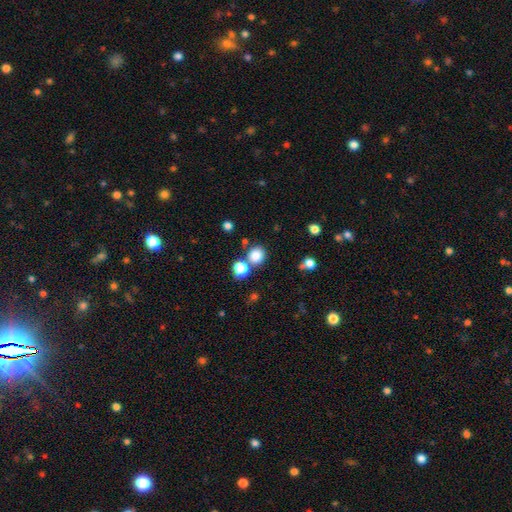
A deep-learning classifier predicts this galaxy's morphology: This is clearly a smooth galaxy (81%). How rounded: clearly round (83%). Merging: likely none (72%).